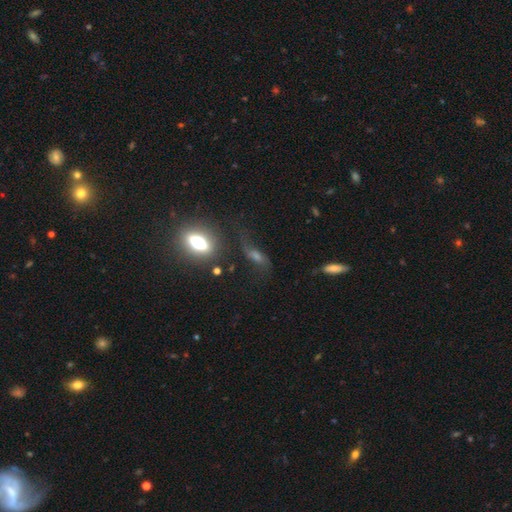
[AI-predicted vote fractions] smooth_or_featured: featured or disk (p=0.48) [alt: smooth p=0.29]
merging: none (p=0.52) [alt: major disturbance p=0.22]